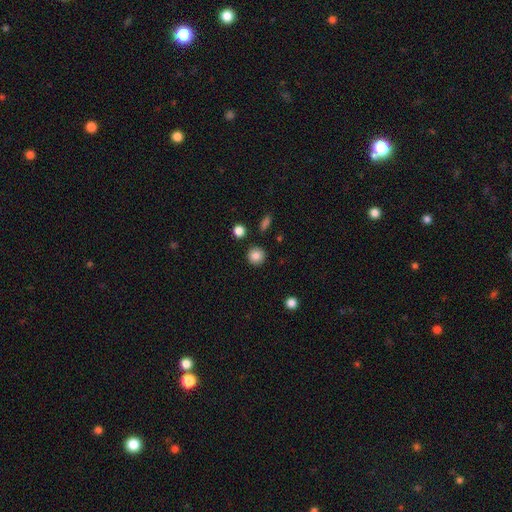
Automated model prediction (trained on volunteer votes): This is clearly a smooth galaxy (84%). How rounded: clearly round (92%). Merging: clearly none (88%).